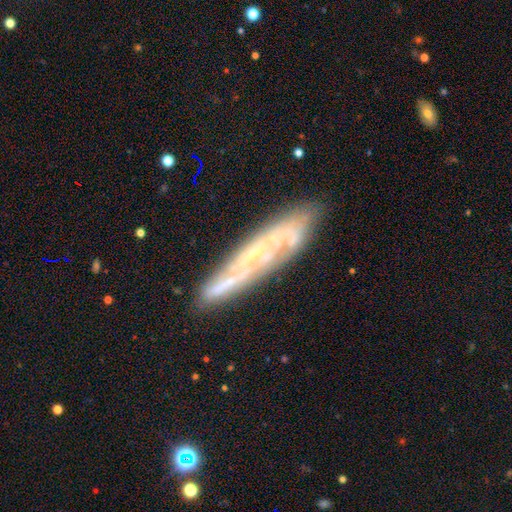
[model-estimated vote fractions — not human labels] This appears to be a featured or disk galaxy (70%) with not edge-on (50%, tied with yes). Merging: none (79%).